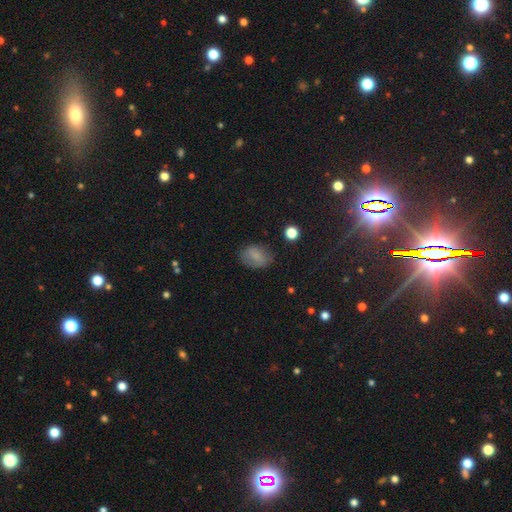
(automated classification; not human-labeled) Smooth or featured? Predicted: smooth (p=0.73). How rounded? Predicted: in between (p=0.75). Merging? Predicted: none (p=0.71).